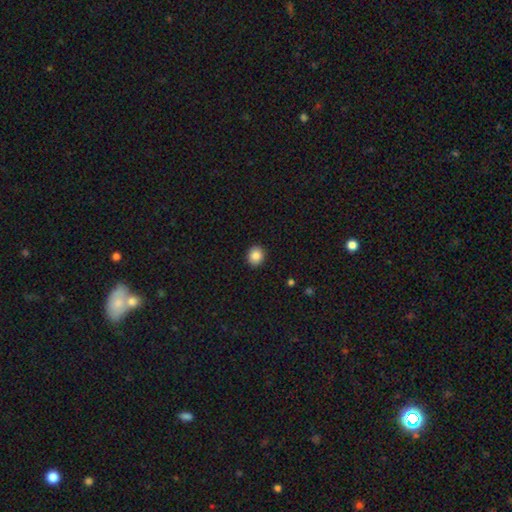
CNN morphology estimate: type=smooth (87%); roundness=round (75%); merging=none (91%).